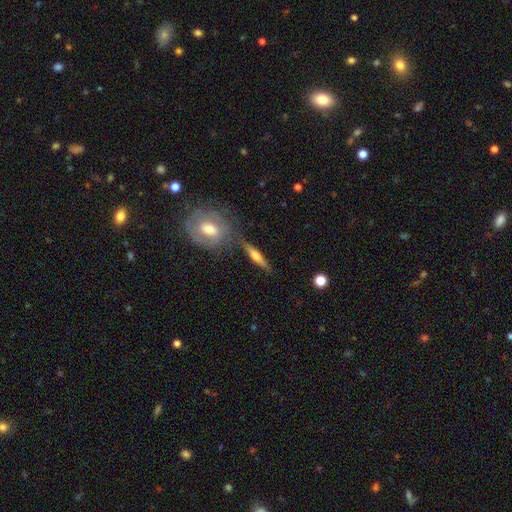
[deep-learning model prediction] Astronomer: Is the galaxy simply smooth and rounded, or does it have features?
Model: featured or disk — 55% (runner-up: smooth, 38%).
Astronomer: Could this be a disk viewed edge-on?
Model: yes — 88%.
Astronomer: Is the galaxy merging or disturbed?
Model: none — 71%.